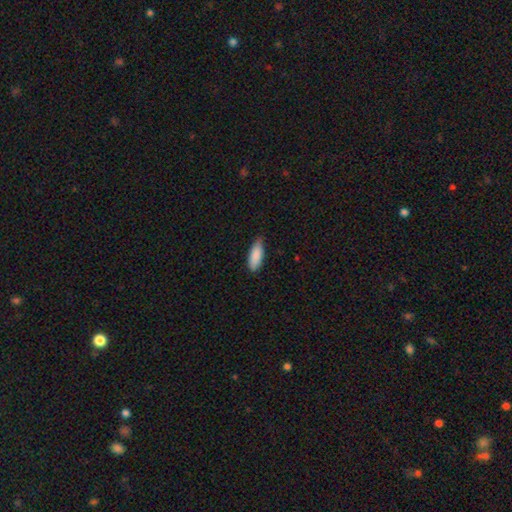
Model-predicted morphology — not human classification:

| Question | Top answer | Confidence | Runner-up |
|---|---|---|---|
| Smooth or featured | smooth | 88% | featured or disk (6%) |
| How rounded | in between | 72% | cigar-shaped (26%) |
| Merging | none | 70% | minor disturbance (26%) |